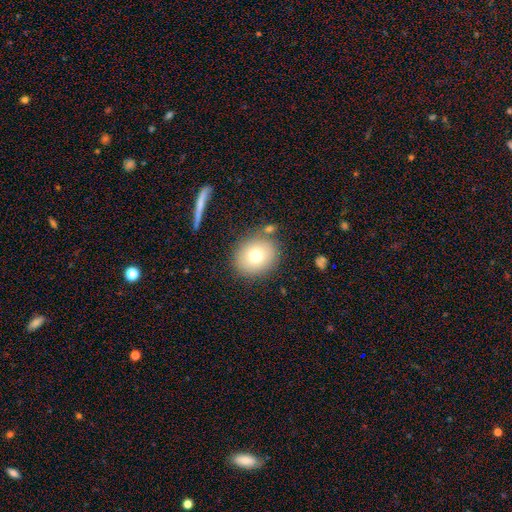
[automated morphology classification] smooth_or_featured: smooth (p=0.73) [alt: featured or disk p=0.15]
how_rounded: round (p=0.72) [alt: in between p=0.27]
merging: none (p=0.80) [alt: minor disturbance p=0.11]